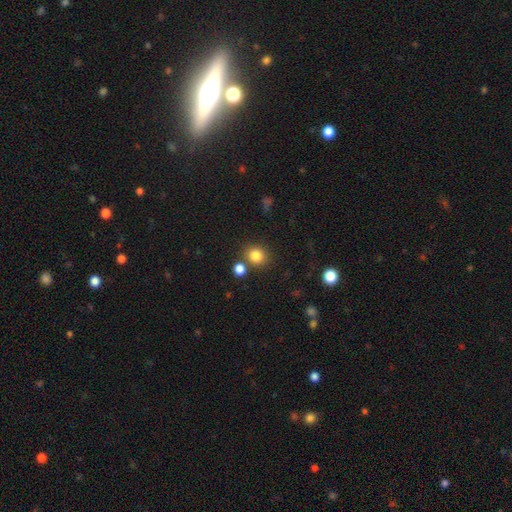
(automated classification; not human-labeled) The model was most divided on "how rounded": round: 79%, in between: 20%, cigar-shaped: 1%. More confident: smooth or featured — smooth (83%); merging — none (75%).